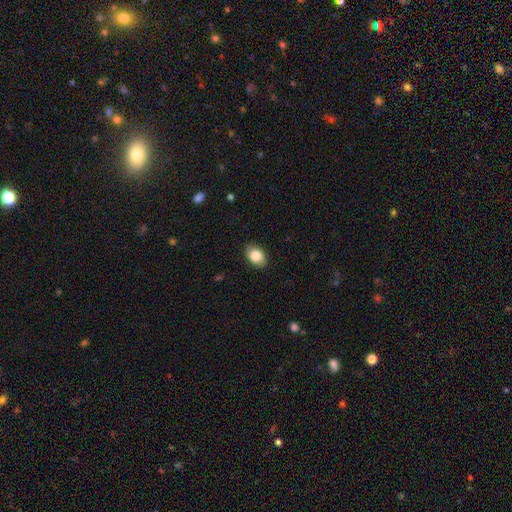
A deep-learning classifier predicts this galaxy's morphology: This appears to be a smooth galaxy with no disk features (84%) that is in between round and cigar-shaped (82%). Merging: none (87%).